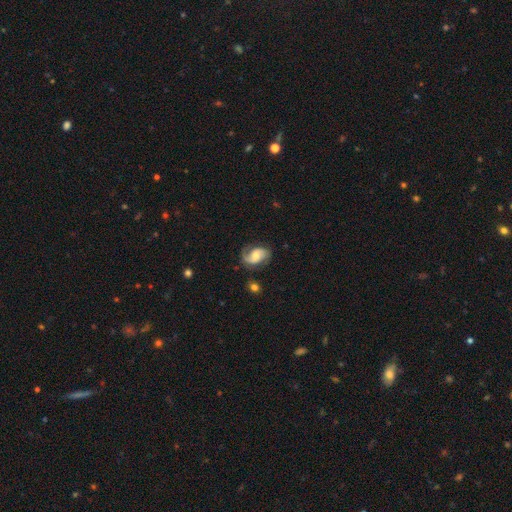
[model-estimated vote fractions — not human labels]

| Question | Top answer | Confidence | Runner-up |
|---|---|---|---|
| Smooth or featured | featured or disk | 75% | smooth (18%) |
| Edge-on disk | no | 97% | yes (3%) |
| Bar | no | 56% | weak (35%) |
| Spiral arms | yes | 94% | no (6%) |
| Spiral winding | medium | 45% | loose (33%) |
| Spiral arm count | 2 | 82% | 1 (10%) |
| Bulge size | moderate | 58% | small (31%) |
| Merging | none | 72% | minor disturbance (18%) |